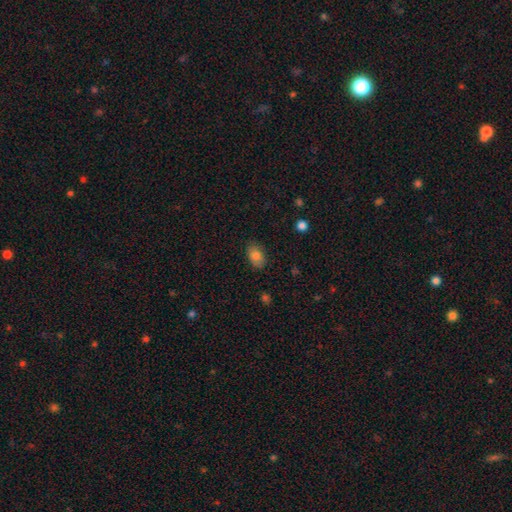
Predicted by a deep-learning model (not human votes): This is clearly a smooth galaxy (82%). How rounded: clearly in between (87%). Merging: clearly none (84%).